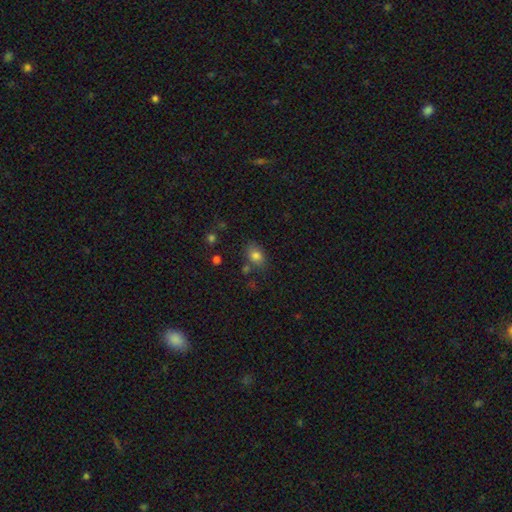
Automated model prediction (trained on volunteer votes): Smooth or featured? Predicted: smooth (p=0.80). How rounded? Predicted: in between (p=0.69). Merging? Predicted: none (p=0.71).